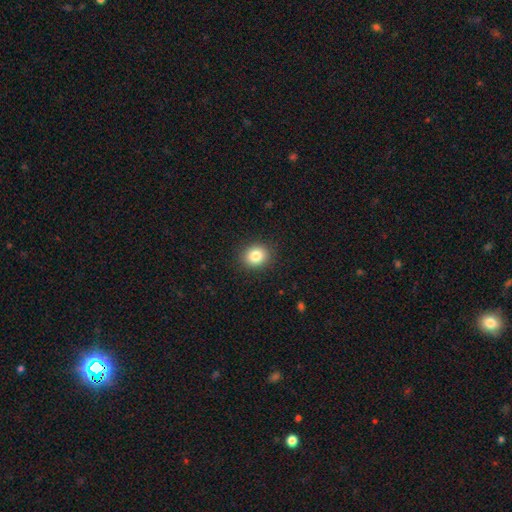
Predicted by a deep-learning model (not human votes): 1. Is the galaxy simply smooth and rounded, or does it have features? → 84% smooth, 10% star or artifact, 6% featured or disk.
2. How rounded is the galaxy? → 68% round, 31% in between, 1% cigar-shaped.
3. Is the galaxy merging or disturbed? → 90% none, 7% minor disturbance, 2% major disturbance, 1% merger.